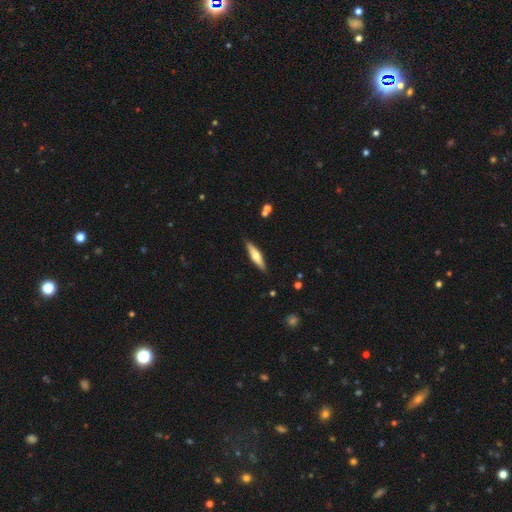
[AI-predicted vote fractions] featured or disk 50%, smooth 44%, star or artifact 6%. Down the decision tree: merging — none (88%).